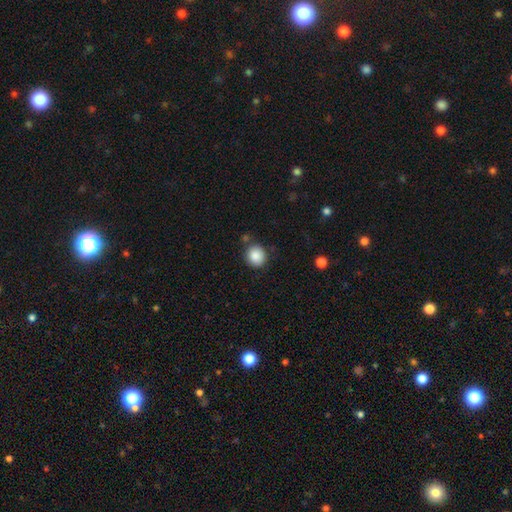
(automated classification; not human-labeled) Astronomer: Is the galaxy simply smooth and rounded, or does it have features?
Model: smooth — 87%.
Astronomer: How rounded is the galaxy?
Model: round — 85%.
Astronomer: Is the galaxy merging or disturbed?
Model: none — 81%.